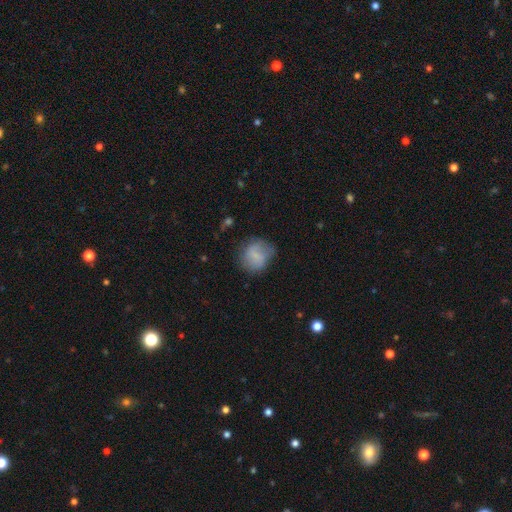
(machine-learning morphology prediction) This is likely a smooth galaxy (71%). How rounded: likely round (75%). Merging: possibly none (57%).